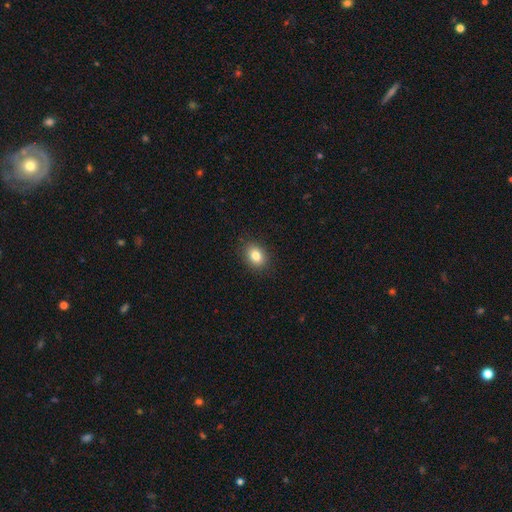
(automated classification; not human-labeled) smooth 83%, star or artifact 10%, featured or disk 7%. Down the decision tree: how rounded — in between (60%); merging — none (88%).